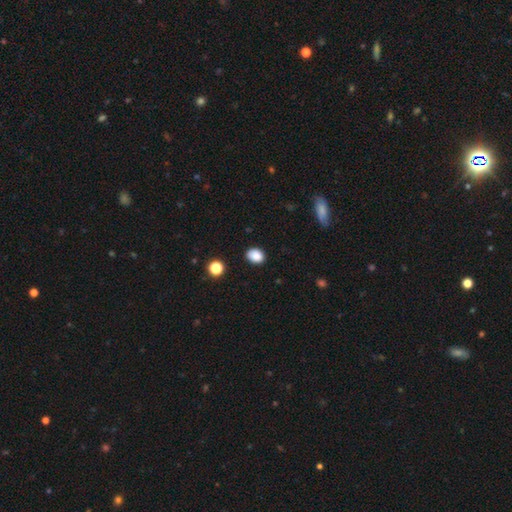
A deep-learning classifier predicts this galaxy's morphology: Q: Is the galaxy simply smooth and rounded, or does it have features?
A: smooth — 87%.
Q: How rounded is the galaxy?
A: in between — 58%.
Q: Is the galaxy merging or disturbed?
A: none — 85%.